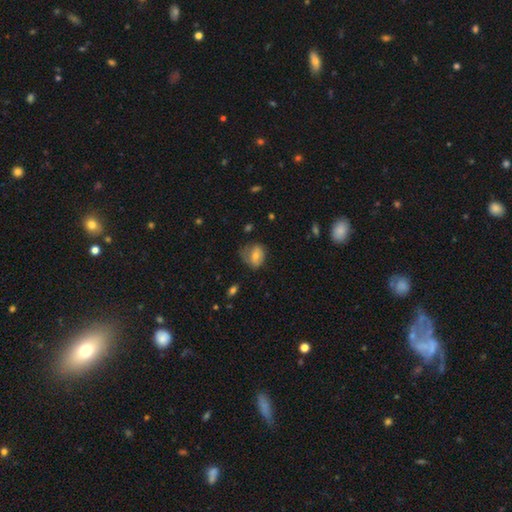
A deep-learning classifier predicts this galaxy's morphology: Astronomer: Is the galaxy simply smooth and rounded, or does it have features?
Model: smooth — 58%.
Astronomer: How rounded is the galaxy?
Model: in between — 54% (runner-up: round, 44%).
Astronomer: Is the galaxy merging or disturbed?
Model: none — 45% (runner-up: minor disturbance, 33%).